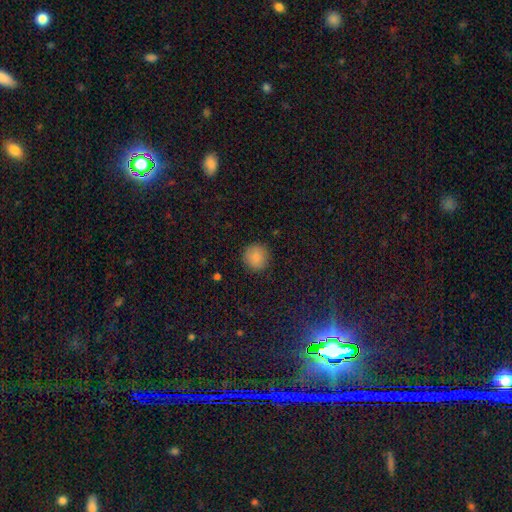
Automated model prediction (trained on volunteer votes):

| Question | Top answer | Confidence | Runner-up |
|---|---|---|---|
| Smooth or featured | smooth | 85% | star or artifact (10%) |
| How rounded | round | 93% | in between (6%) |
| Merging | none | 90% | minor disturbance (7%) |